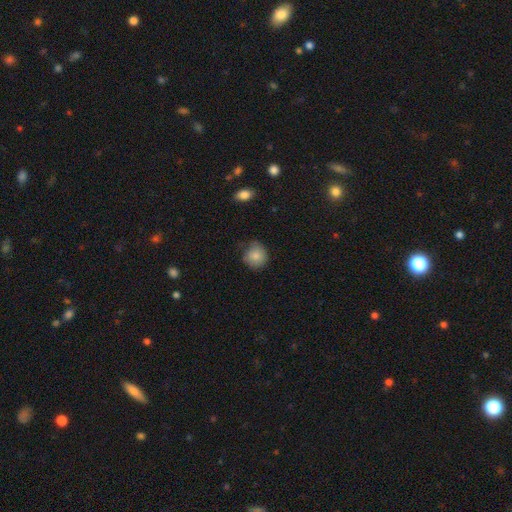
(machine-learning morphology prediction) Q: Smooth or featured?
A: smooth (85%); runner-up: star or artifact (8%)
Q: How rounded?
A: round (86%); runner-up: in between (13%)
Q: Merging?
A: none (68%); runner-up: minor disturbance (26%)